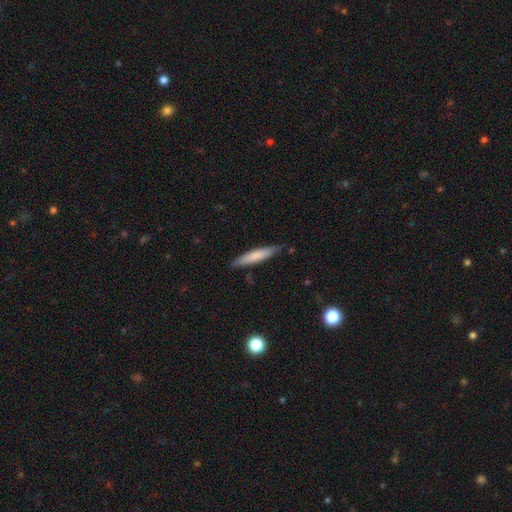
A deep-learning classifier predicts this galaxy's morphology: Smooth or featured: smooth — 71% (featured or disk — 23%)
How rounded: cigar-shaped — 89% (in between — 10%)
Merging: none — 84% (minor disturbance — 12%)